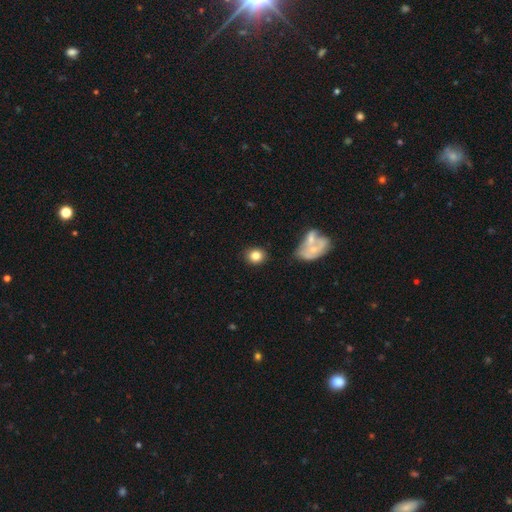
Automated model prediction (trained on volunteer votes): smooth_or_featured: smooth (p=0.83) [alt: star or artifact p=0.09]
how_rounded: round (p=0.72) [alt: in between p=0.27]
merging: none (p=0.83) [alt: minor disturbance p=0.10]